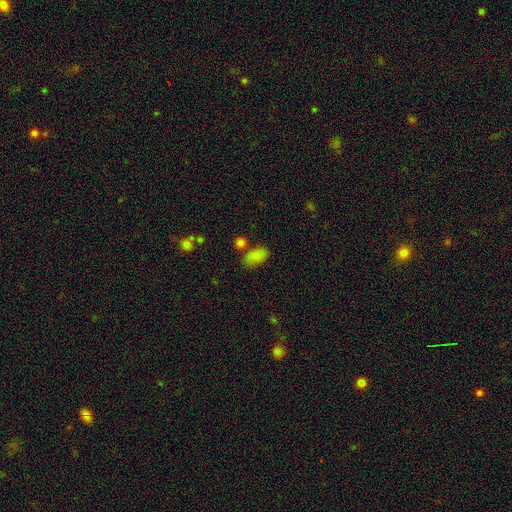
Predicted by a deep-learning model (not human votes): Smooth or featured: smooth — 83% (star or artifact — 11%)
How rounded: in between — 91% (round — 6%)
Merging: none — 65% (minor disturbance — 17%)